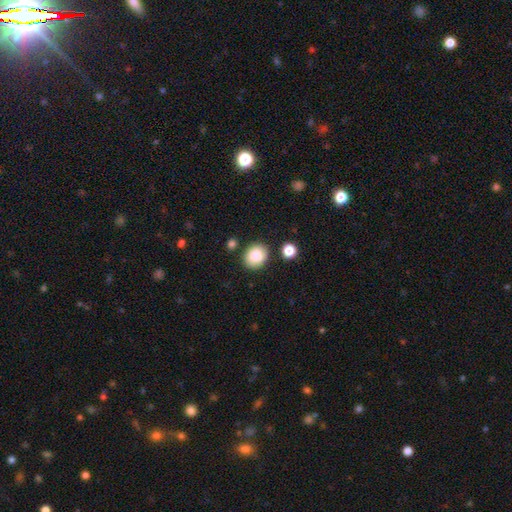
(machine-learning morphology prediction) A smooth galaxy with no disk features (86%) that is round (62%).

Vote fractions:
- Smooth or featured? smooth: 86% / star or artifact: 8% / featured or disk: 5%
- How rounded? round: 62% / in between: 37% / cigar-shaped: 1%
- Merging? none: 82% / minor disturbance: 10% / merger: 5% / major disturbance: 3%